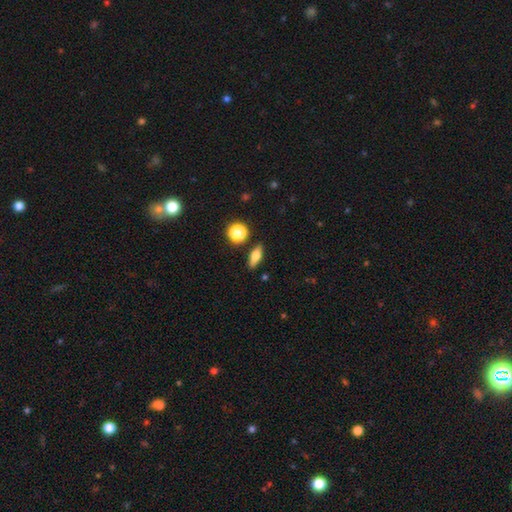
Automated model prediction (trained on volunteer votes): Q: Smooth or featured?
A: smooth (64%); runner-up: featured or disk (26%)
Q: How rounded?
A: in between (60%); runner-up: cigar-shaped (28%)
Q: Merging?
A: none (86%); runner-up: minor disturbance (8%)